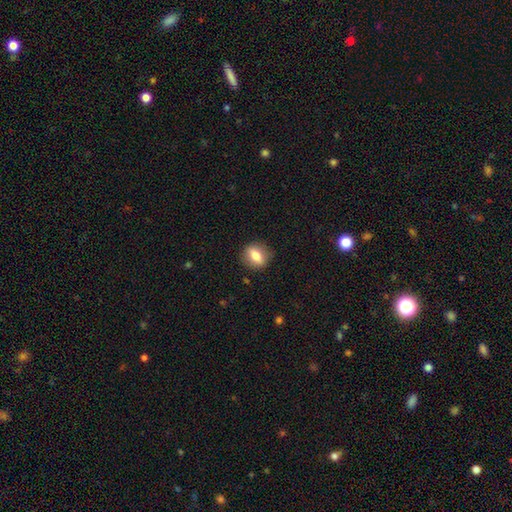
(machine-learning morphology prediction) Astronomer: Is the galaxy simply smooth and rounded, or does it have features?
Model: smooth — 70%.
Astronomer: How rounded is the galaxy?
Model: round — 50% (runner-up: in between, 46%).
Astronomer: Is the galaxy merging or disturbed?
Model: none — 86%.